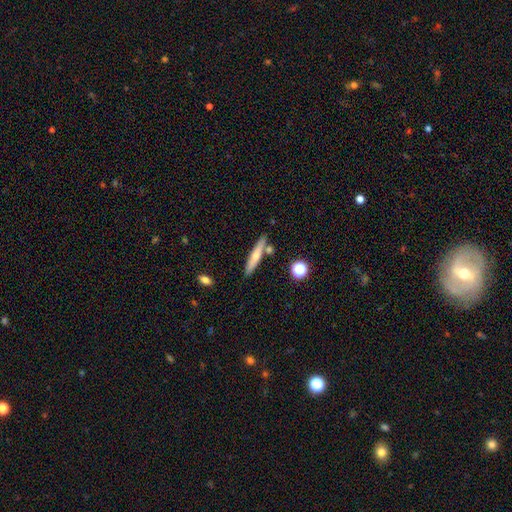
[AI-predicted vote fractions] Smooth or featured? smooth (60%)
How rounded? cigar-shaped (89%)
Merging? none (78%)